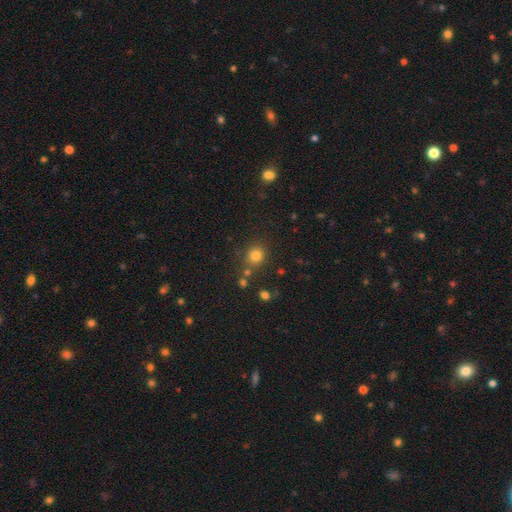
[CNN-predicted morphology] Smooth or featured? Predicted: smooth (p=0.79). How rounded? Predicted: round (p=0.82). Merging? Predicted: none (p=0.75).